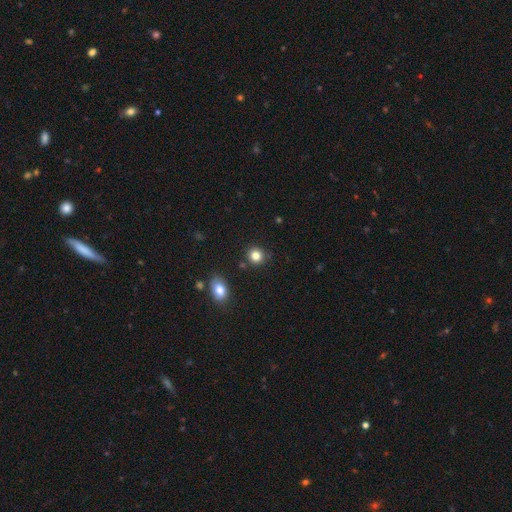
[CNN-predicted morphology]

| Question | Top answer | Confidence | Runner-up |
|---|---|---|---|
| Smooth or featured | smooth | 83% | star or artifact (12%) |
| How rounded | round | 87% | in between (12%) |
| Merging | none | 87% | minor disturbance (7%) |